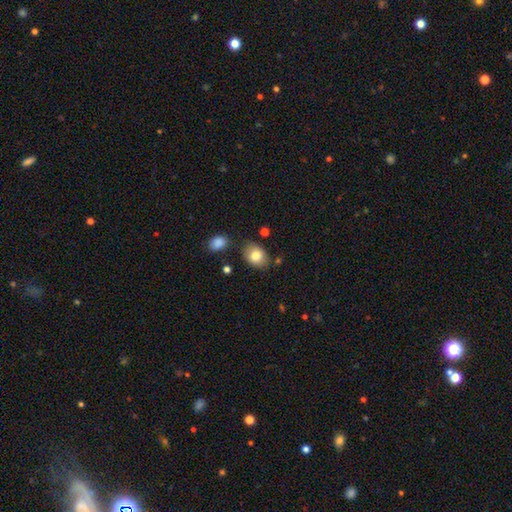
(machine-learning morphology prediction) Smooth or featured?
  - smooth: 81% *
  - featured or disk: 11%
  - star or artifact: 8%
How rounded?
  - in between: 69% *
  - round: 30%
  - cigar-shaped: 1%
Merging?
  - none: 76% *
  - minor disturbance: 16%
  - merger: 4%
  - major disturbance: 4%